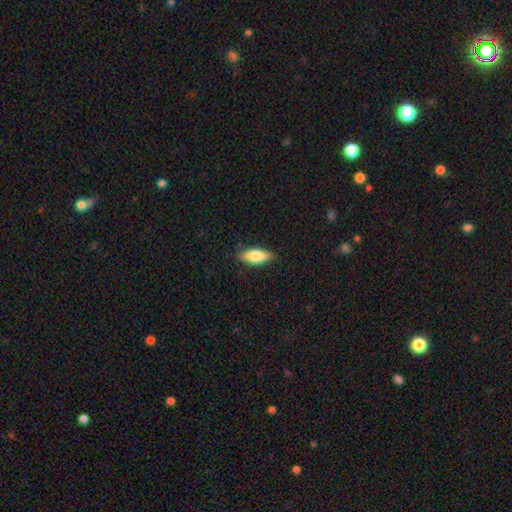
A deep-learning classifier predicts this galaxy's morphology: A smooth galaxy with no disk features (76%) that is in between round and cigar-shaped (70%). Merging: none (85%).